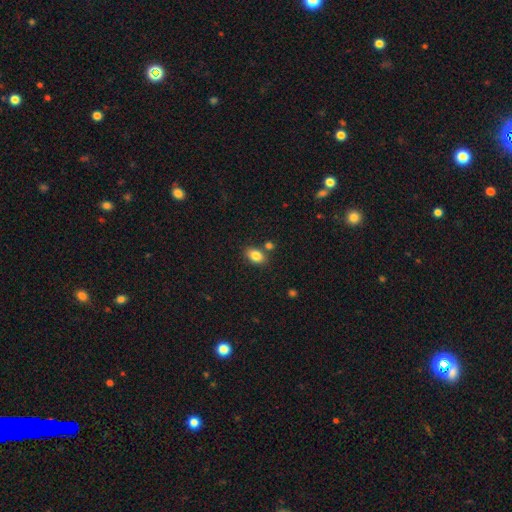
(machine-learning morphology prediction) The model was most divided on "merging": none: 76%, minor disturbance: 11%, merger: 10%, major disturbance: 3%. More confident: how rounded — in between (84%); smooth or featured — smooth (84%).